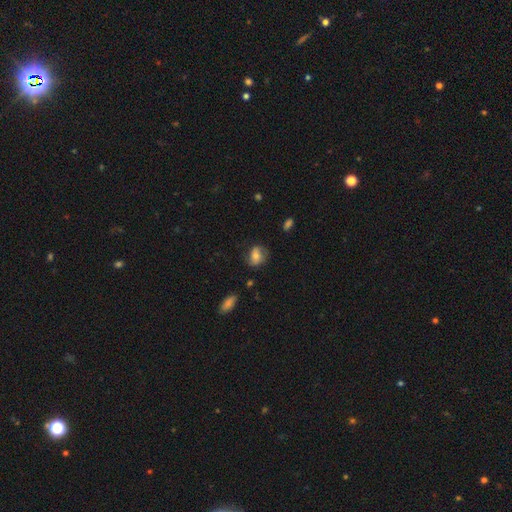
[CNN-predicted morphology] Smooth or featured? Predicted: smooth (p=0.61). How rounded? Predicted: in between (p=0.57). Merging? Predicted: none (p=0.69).